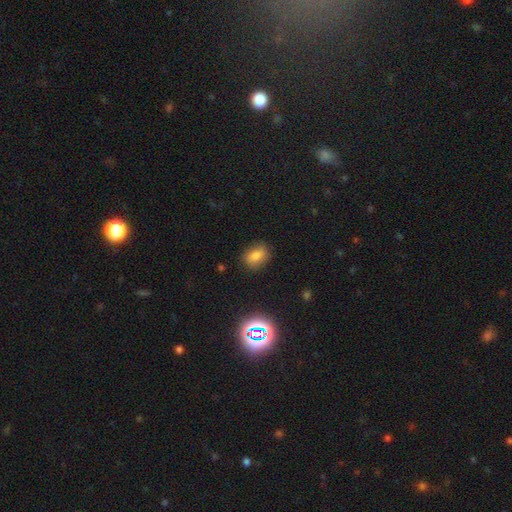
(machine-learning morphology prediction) Smooth or featured?
  - smooth: 77% *
  - star or artifact: 14%
  - featured or disk: 10%
How rounded?
  - in between: 68% *
  - round: 30%
  - cigar-shaped: 2%
Merging?
  - none: 80% *
  - minor disturbance: 15%
  - major disturbance: 4%
  - merger: 1%